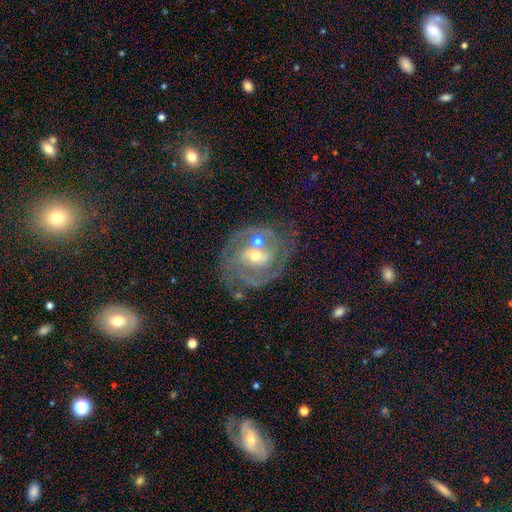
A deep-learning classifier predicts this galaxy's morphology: Q: Smooth or featured?
A: featured or disk (78%); runner-up: smooth (14%)
Q: Edge-on disk?
A: no (96%); runner-up: yes (4%)
Q: Bar?
A: no (45%); runner-up: weak (37%)
Q: Spiral arms?
A: yes (78%); runner-up: no (22%)
Q: Spiral winding?
A: tight (55%); runner-up: medium (34%)
Q: Spiral arm count?
A: 2 (50%); runner-up: can't tell (26%)
Q: Bulge size?
A: moderate (59%); runner-up: small (35%)
Q: Merging?
A: none (55%); runner-up: minor disturbance (18%)